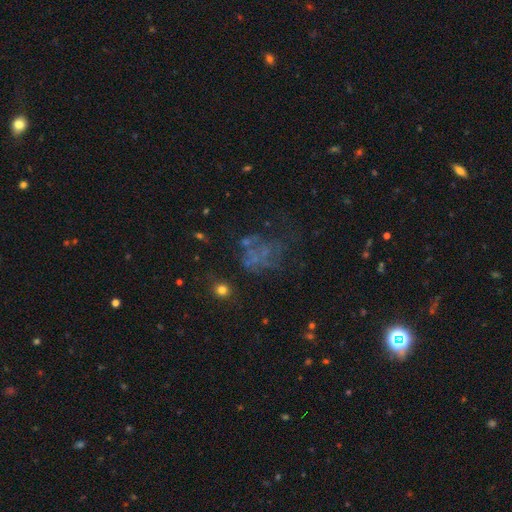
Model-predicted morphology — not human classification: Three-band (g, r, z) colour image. It shows a featured or disk galaxy (44%). Merging: none (40%).